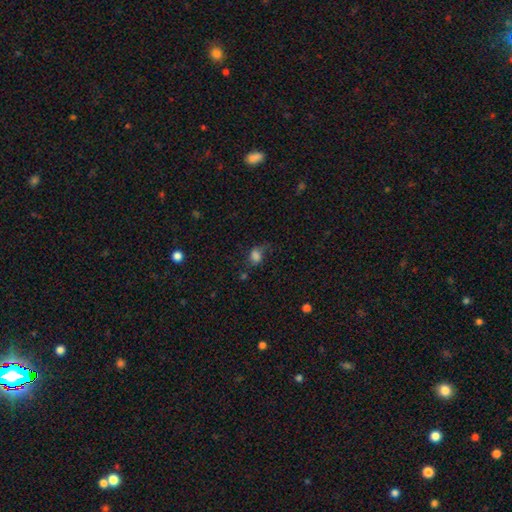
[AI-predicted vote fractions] A smooth galaxy with no disk features (74%) that is in between round and cigar-shaped (59%). Merging: none (40%).